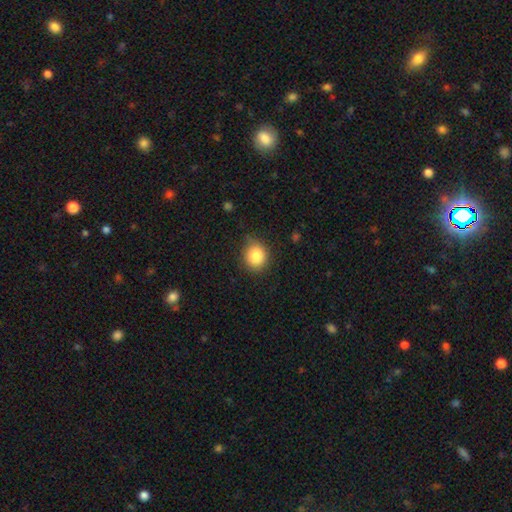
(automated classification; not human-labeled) Smooth or featured? smooth (84%)
How rounded? round (78%)
Merging? none (79%)